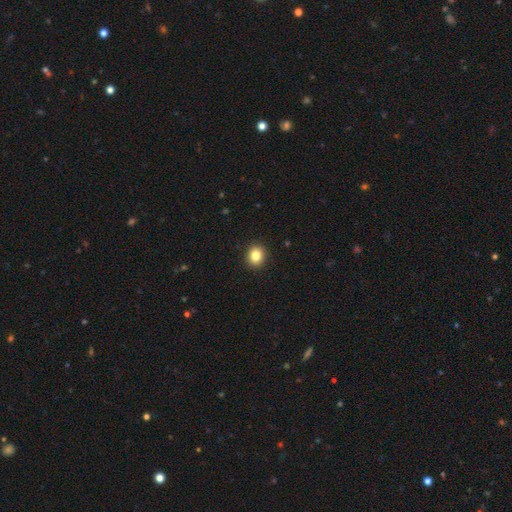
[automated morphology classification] A smooth galaxy with no disk features (83%) that is round (73%).

Vote fractions:
- Smooth or featured? smooth: 83% / star or artifact: 10% / featured or disk: 6%
- How rounded? round: 73% / in between: 26% / cigar-shaped: 1%
- Merging? none: 92% / minor disturbance: 5% / major disturbance: 2% / merger: 1%